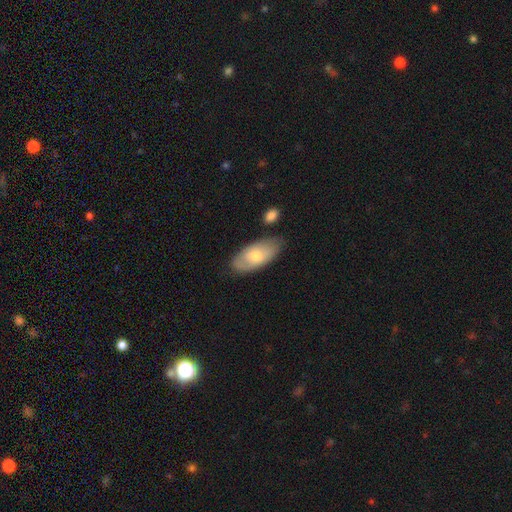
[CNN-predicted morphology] The model was most divided on "smooth or featured": smooth: 69%, featured or disk: 26%, star or artifact: 6%. More confident: how rounded — in between (91%); merging — none (72%).